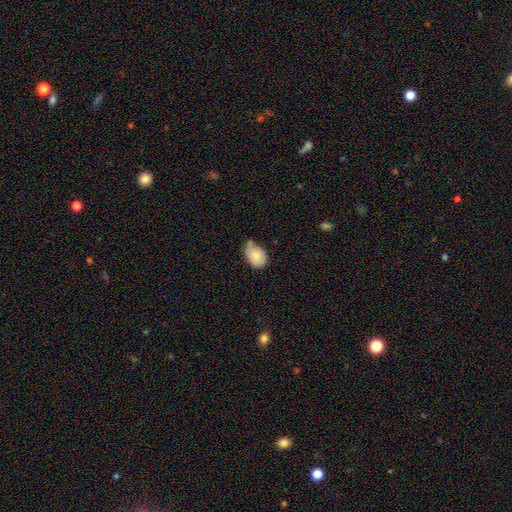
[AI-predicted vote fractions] Smooth or featured? Predicted: smooth (p=0.80). How rounded? Predicted: in between (p=0.74). Merging? Predicted: none (p=0.48).